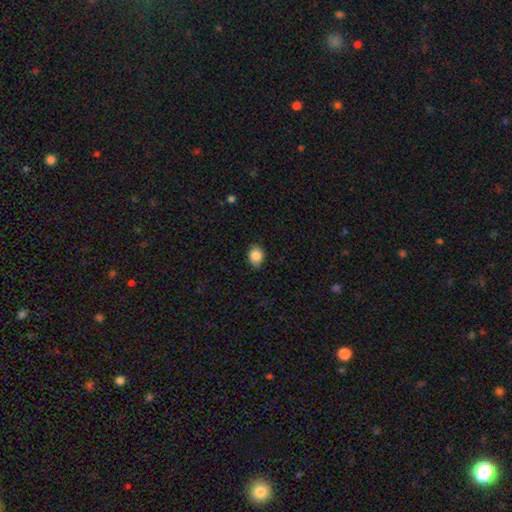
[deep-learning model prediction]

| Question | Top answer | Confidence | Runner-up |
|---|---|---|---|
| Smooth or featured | smooth | 86% | star or artifact (8%) |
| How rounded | in between | 56% | round (43%) |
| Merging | none | 84% | minor disturbance (12%) |